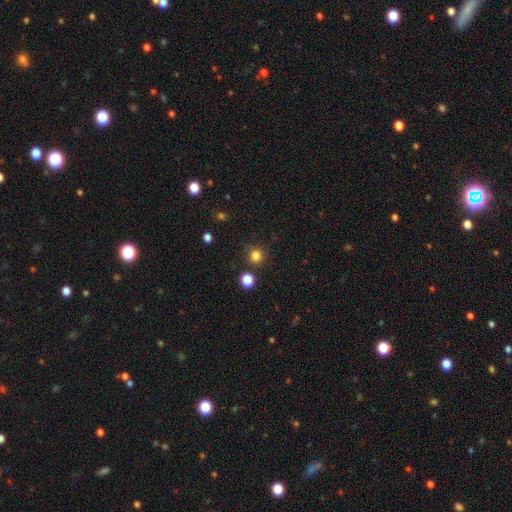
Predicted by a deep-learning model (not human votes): Morphology: type=smooth (82%); roundness=round (93%); merging=none (85%).